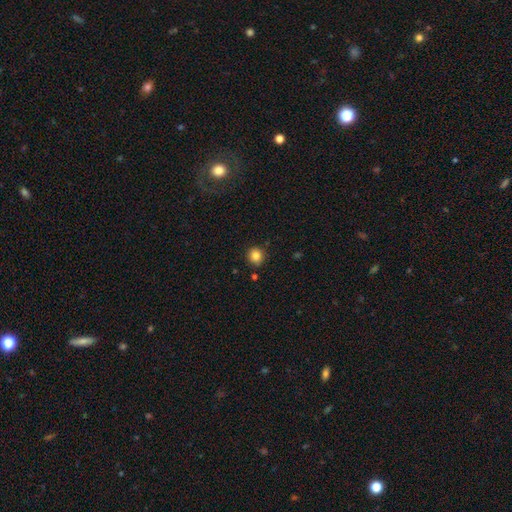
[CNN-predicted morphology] A smooth galaxy with no disk features (83%) that is round (91%). Merging: none (86%).